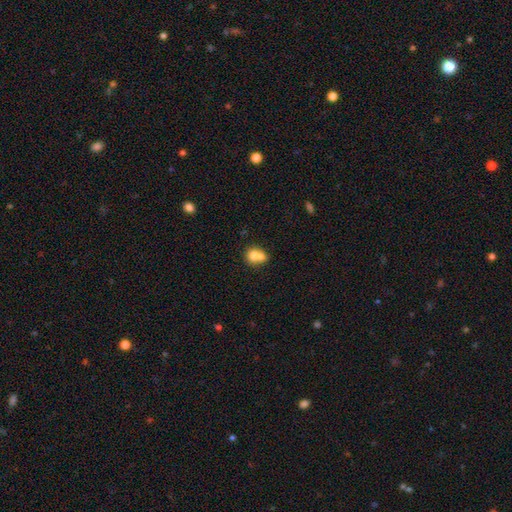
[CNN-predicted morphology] Smooth or featured? smooth (71%)
How rounded? round (68%)
Merging? merger (64%)